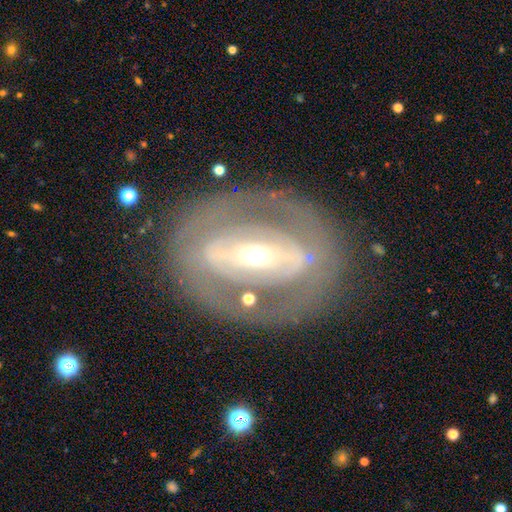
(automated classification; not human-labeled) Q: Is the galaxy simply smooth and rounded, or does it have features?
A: featured or disk — 77%.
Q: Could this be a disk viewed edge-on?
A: no — 92%.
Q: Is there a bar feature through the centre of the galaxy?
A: strong — 54%.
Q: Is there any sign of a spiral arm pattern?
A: no — 54%.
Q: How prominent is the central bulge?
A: moderate — 47%.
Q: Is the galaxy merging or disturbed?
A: none — 71%.